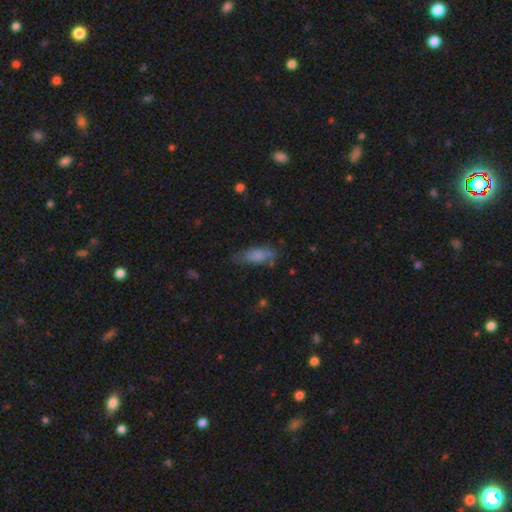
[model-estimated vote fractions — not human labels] Smooth or featured?
  - smooth: 73% *
  - featured or disk: 17%
  - star or artifact: 10%
How rounded?
  - in between: 59% *
  - cigar-shaped: 39%
  - round: 3%
Merging?
  - none: 61% *
  - minor disturbance: 25%
  - major disturbance: 9%
  - merger: 5%